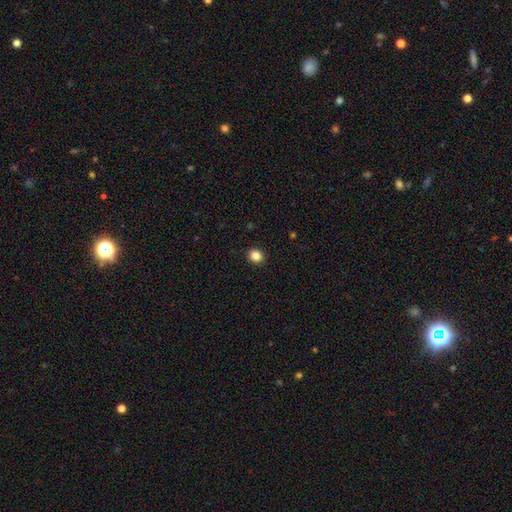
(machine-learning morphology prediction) This appears to be a smooth galaxy with no disk features (85%) that is round (82%). Merging: none (93%).